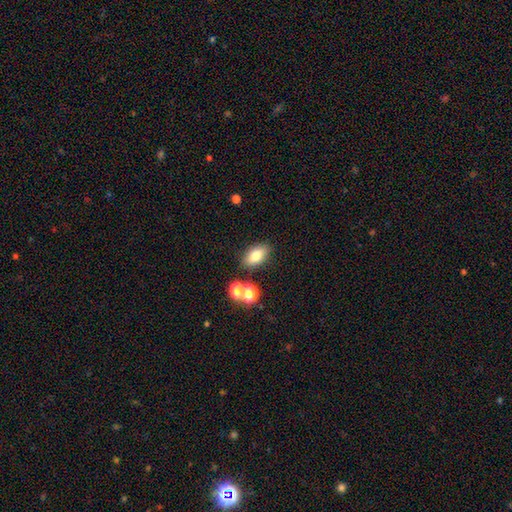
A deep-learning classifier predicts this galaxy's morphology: Smooth or featured: smooth — 77% (featured or disk — 13%)
How rounded: in between — 86% (round — 11%)
Merging: none — 80% (minor disturbance — 10%)